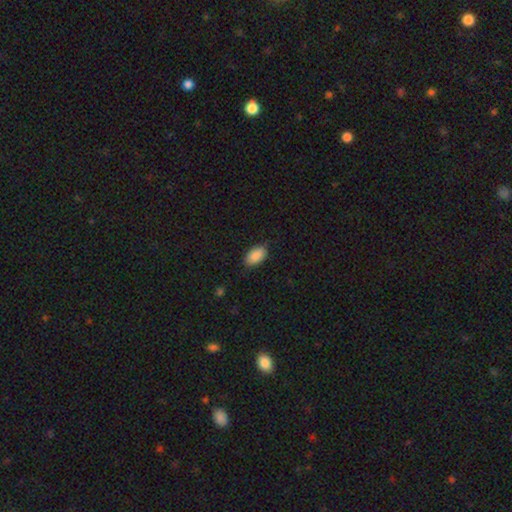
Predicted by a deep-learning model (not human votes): Smooth or featured? smooth (89%)
How rounded? in between (94%)
Merging? none (83%)